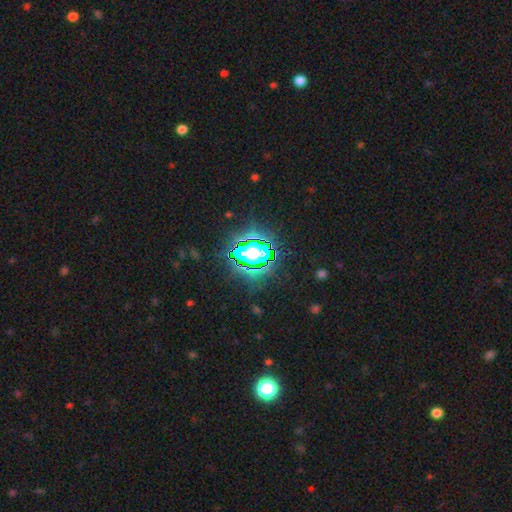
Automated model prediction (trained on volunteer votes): Morphology: type=star or artifact (77%).